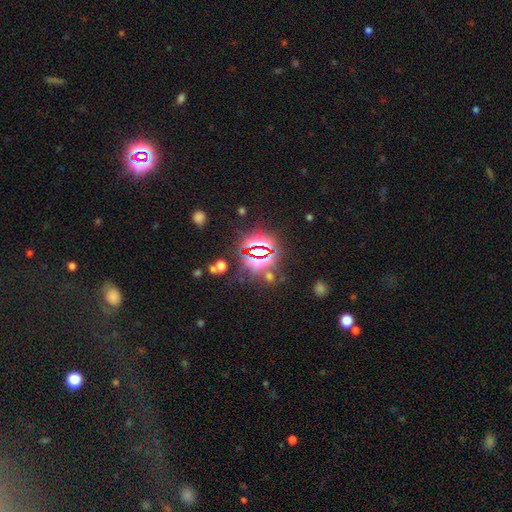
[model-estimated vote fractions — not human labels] smooth_or_featured: star or artifact (p=0.78) [alt: smooth p=0.14]